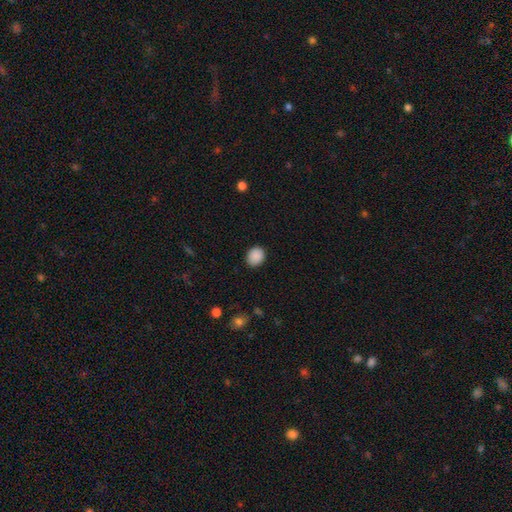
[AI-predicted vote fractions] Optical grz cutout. It shows a smooth galaxy with no disk features (89%) that is round (59%). Merging: none (86%).